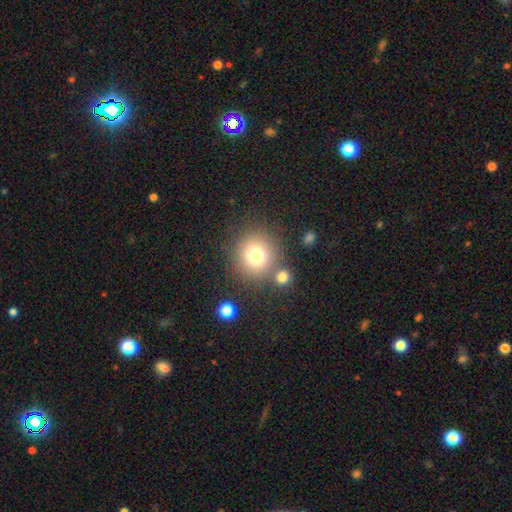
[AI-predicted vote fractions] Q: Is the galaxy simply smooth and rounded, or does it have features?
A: smooth — 75%.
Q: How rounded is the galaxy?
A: round — 91%.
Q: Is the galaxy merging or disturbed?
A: none — 73%.